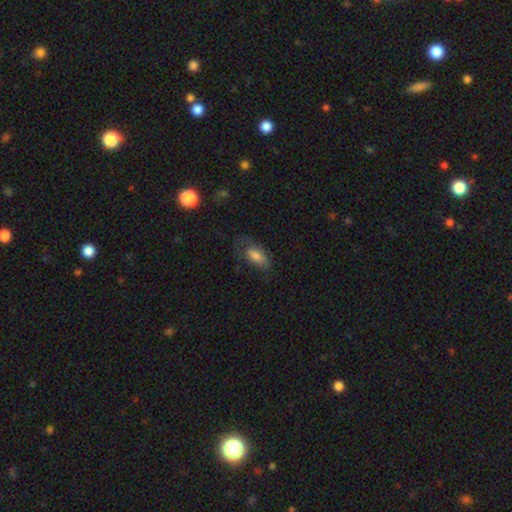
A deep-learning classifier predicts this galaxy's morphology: type=smooth (74%); roundness=in between (87%); merging=none (48%).